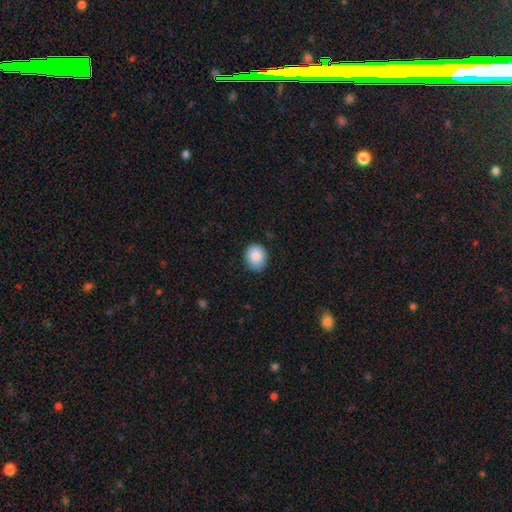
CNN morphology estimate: smooth 87%, star or artifact 8%, featured or disk 5%. Down the decision tree: how rounded — round (63%); merging — none (80%).